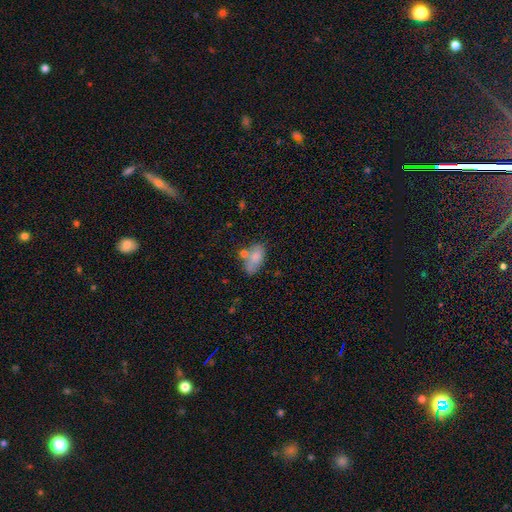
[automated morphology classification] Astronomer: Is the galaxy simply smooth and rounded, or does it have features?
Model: smooth — 73%.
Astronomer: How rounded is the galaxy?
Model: in between — 89%.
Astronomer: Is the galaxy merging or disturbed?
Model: none — 41% (runner-up: merger, 30%).